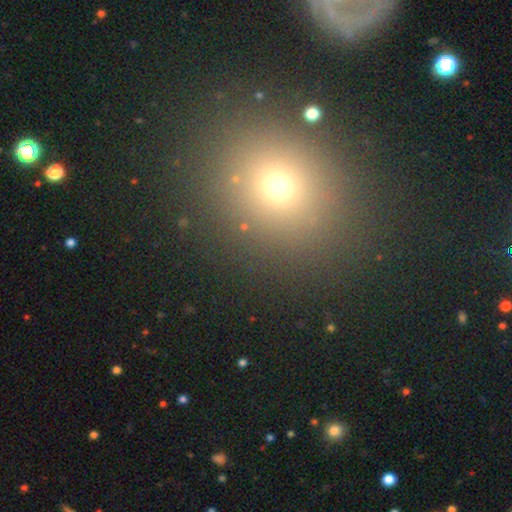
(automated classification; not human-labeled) The model was most divided on "smooth or featured": smooth: 59%, star or artifact: 29%, featured or disk: 11%. More confident: merging — none (86%); how rounded — round (73%).